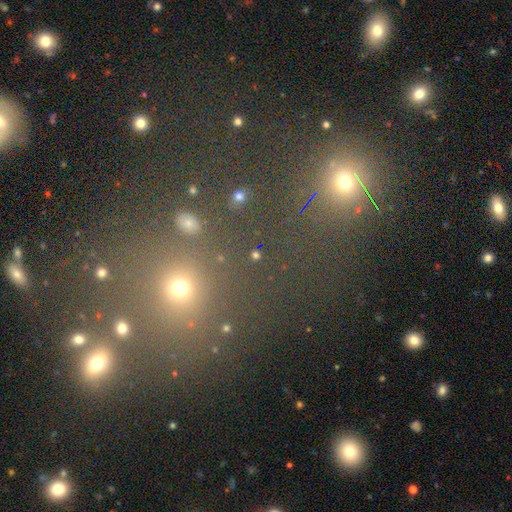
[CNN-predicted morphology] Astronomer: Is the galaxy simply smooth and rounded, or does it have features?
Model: smooth — 54% (runner-up: star or artifact, 38%).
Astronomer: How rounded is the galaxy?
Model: round — 77%.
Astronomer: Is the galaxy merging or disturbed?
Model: none — 79%.